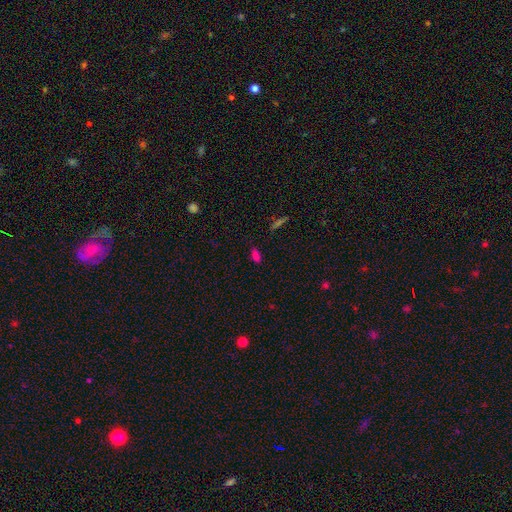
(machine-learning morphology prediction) The model was most divided on "smooth or featured": smooth: 74%, star or artifact: 21%, featured or disk: 6%. More confident: how rounded — in between (82%); merging — none (81%).